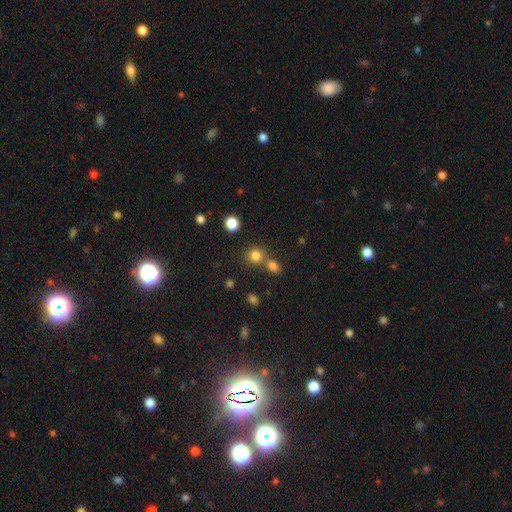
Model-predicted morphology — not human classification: A smooth galaxy with no disk features (80%) that is round (83%).

Vote fractions:
- Smooth or featured? smooth: 80% / star or artifact: 14% / featured or disk: 6%
- How rounded? round: 83% / in between: 16% / cigar-shaped: 1%
- Merging? none: 60% / merger: 29% / minor disturbance: 8% / major disturbance: 3%